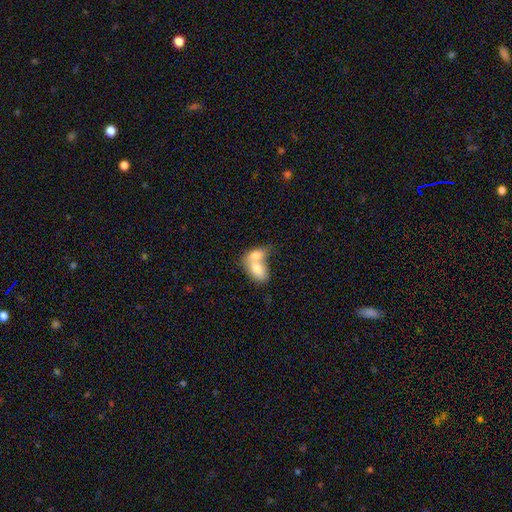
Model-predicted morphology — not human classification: The model was most divided on "smooth or featured": smooth: 73%, featured or disk: 21%, star or artifact: 6%. More confident: how rounded — in between (84%); merging — merger (77%).